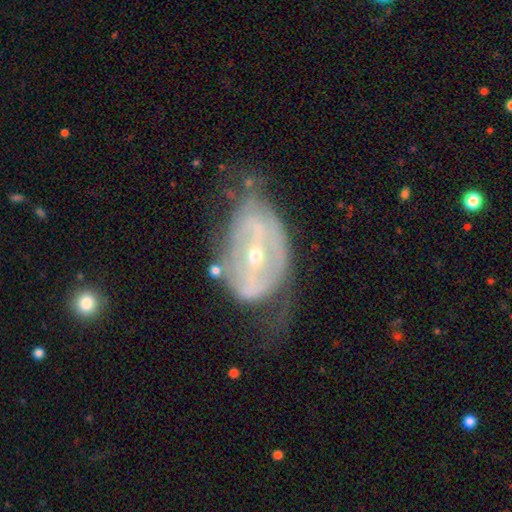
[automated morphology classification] A featured or disk galaxy (79%) with a strong bar (49%), spiral arms (59%) and a small central bulge (62%). Merging: none (40%).